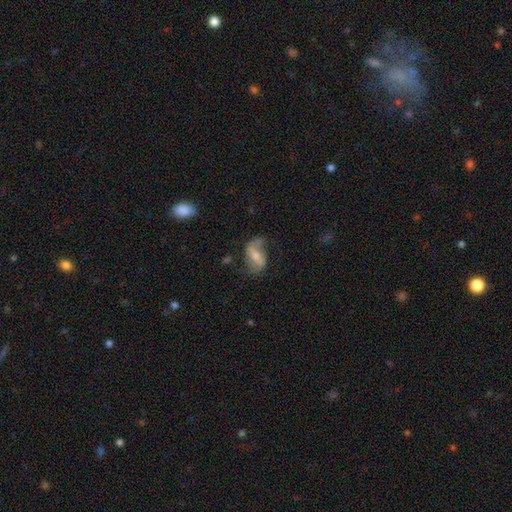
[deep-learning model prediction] smooth-or-featured: featured or disk: 65% | smooth: 28% | star or artifact: 7%
  disk-edge-on: no: 93% | yes: 7%
    bar: strong: 43% | weak: 37% | no: 20%
    has-spiral-arms: yes: 78% | no: 22%
    bulge-size: moderate: 55% | small: 37% | large: 4% | none: 3% | dominant: 1%
  merging: none: 59% | minor disturbance: 24% | major disturbance: 15% | merger: 2%